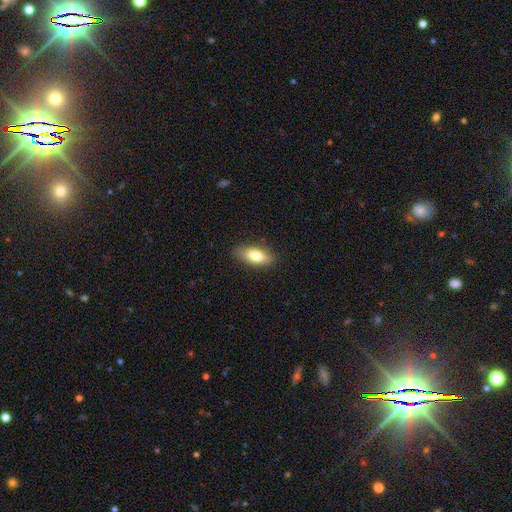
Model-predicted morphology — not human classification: Smooth or featured? smooth (78%)
How rounded? in between (80%)
Merging? none (85%)